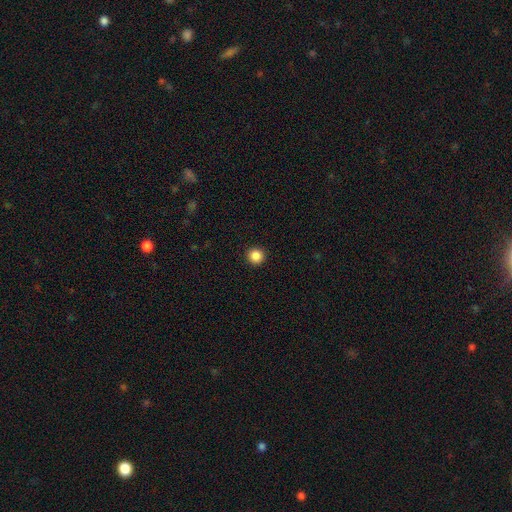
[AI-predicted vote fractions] Morphology: type=smooth (87%); roundness=round (95%); merging=none (94%).